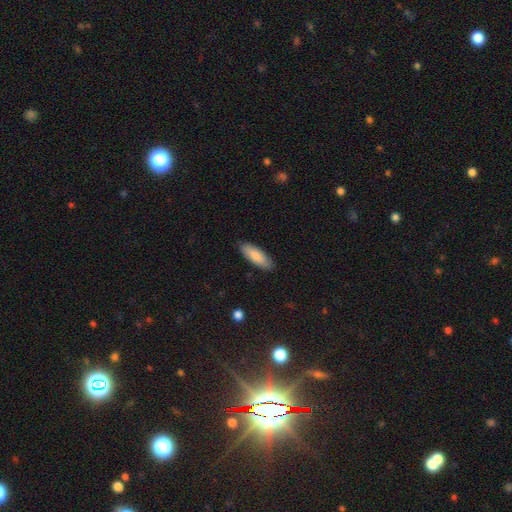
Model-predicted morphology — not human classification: smooth 83%, featured or disk 11%, star or artifact 5%. Down the decision tree: how rounded — in between (61%); merging — none (88%).